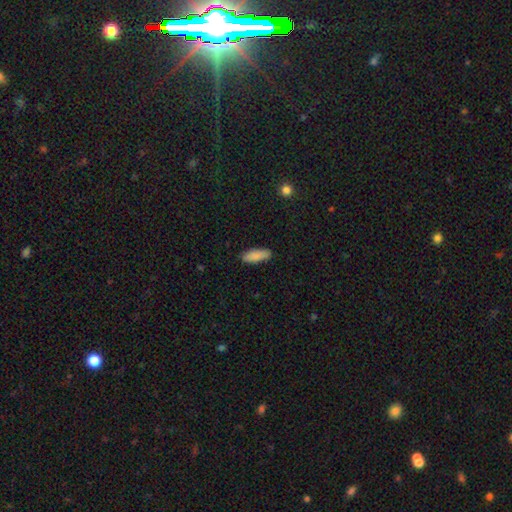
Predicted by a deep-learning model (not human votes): Smooth or featured? smooth (88%)
How rounded? in between (61%)
Merging? none (87%)